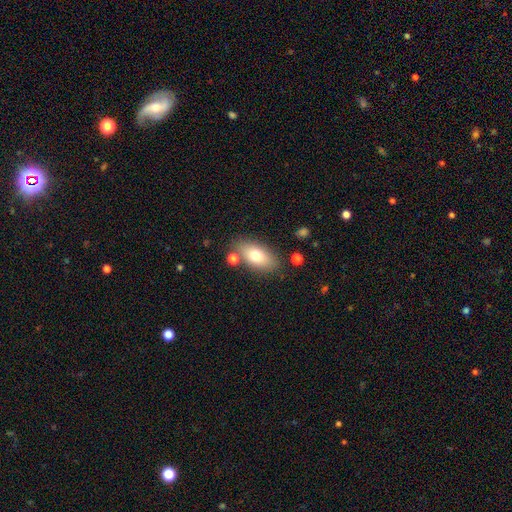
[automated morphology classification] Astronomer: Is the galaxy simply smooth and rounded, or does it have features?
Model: smooth — 75%.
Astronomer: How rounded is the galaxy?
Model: in between — 88%.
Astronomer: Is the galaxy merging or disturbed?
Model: none — 78%.